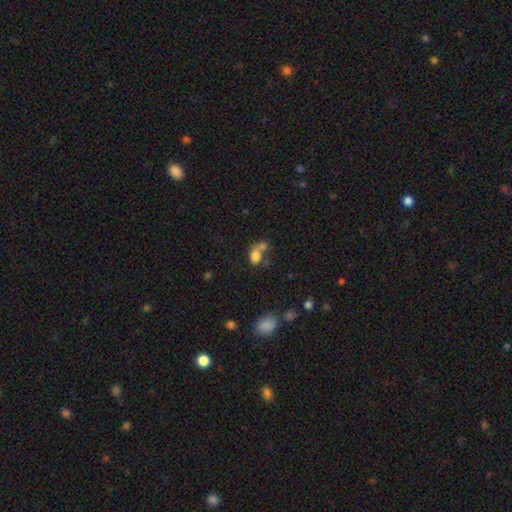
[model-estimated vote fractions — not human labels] The model was most divided on "merging": merger: 52%, none: 28%, minor disturbance: 12%, major disturbance: 9%. More confident: smooth or featured — smooth (77%); how rounded — in between (65%).